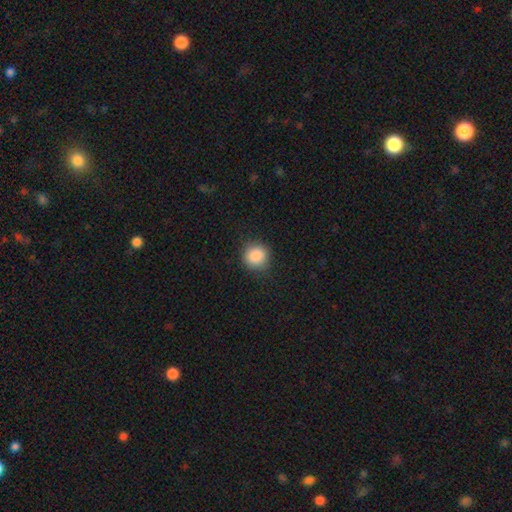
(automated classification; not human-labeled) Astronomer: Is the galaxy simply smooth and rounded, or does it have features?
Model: smooth — 87%.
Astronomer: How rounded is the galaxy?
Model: round — 89%.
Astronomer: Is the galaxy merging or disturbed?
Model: none — 85%.